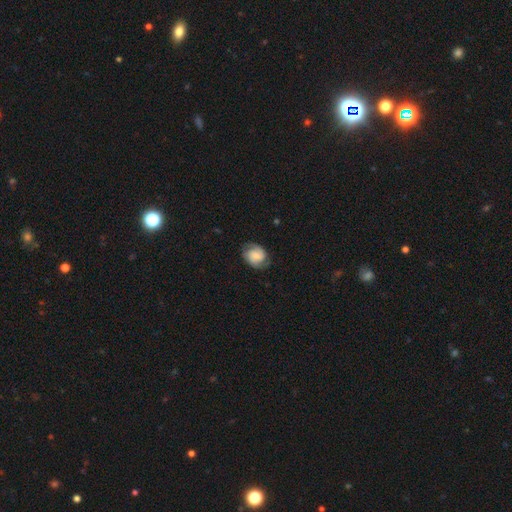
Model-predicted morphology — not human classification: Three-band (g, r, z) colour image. It shows a featured or disk galaxy (66%) with no bar (54%), 2 (85%) medium (45%) spiral arms (94%) and a small central bulge (39%). Merging: none (74%).